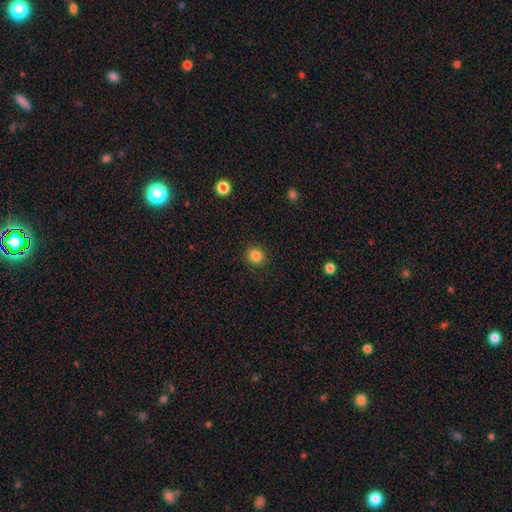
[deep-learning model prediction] Smooth or featured? smooth (85%)
How rounded? round (90%)
Merging? none (91%)